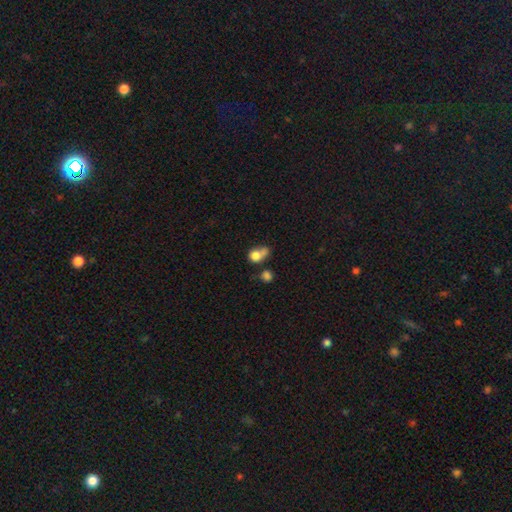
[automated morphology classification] This is likely a smooth galaxy (77%). How rounded: likely round (66%). Merging: marginally merger (39%).